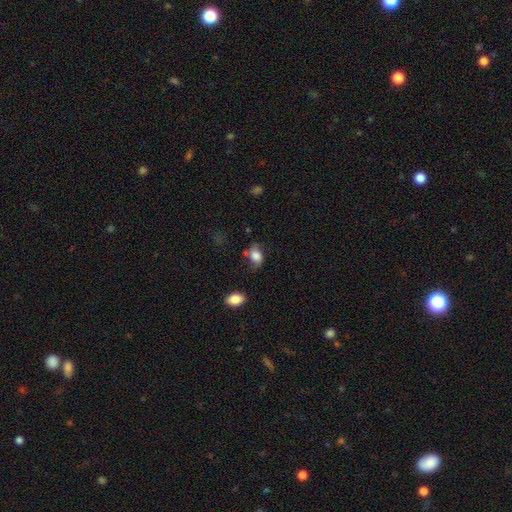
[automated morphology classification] smooth_or_featured: smooth (p=0.77) [alt: featured or disk p=0.14]
how_rounded: in between (p=0.71) [alt: round p=0.27]
merging: none (p=0.52) [alt: minor disturbance p=0.29]